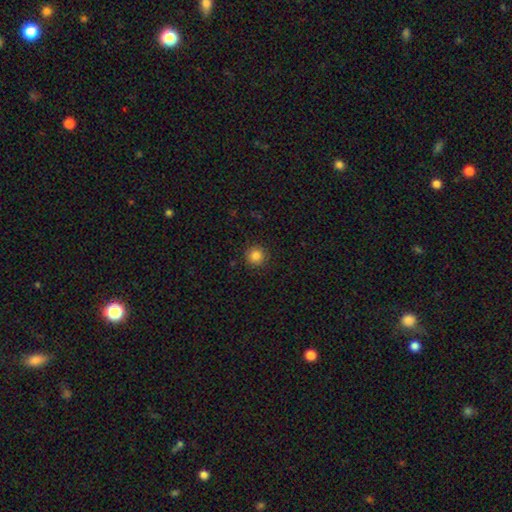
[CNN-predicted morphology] Smooth or featured?
  - smooth: 85% *
  - star or artifact: 11%
  - featured or disk: 4%
How rounded?
  - round: 95% *
  - in between: 4%
  - cigar-shaped: 1%
Merging?
  - none: 91% *
  - minor disturbance: 6%
  - major disturbance: 2%
  - merger: 1%